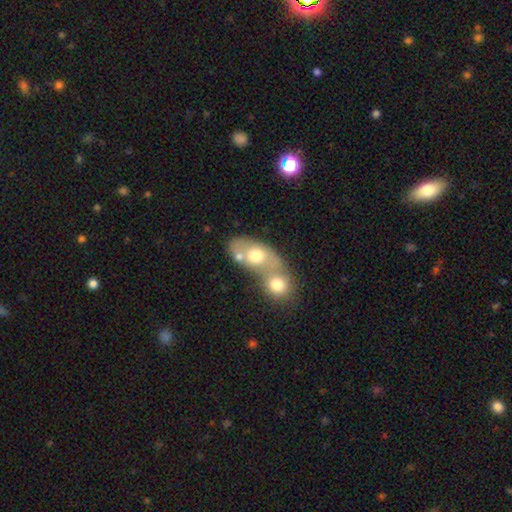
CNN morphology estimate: smooth 62%, featured or disk 30%, star or artifact 8%. Down the decision tree: how rounded — in between (71%); merging — merger (70%).